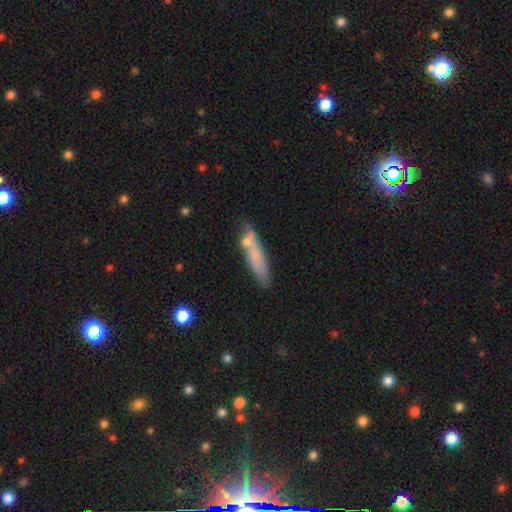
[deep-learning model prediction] This is likely a smooth galaxy (70%). How rounded: clearly cigar-shaped (81%). Merging: likely none (68%).